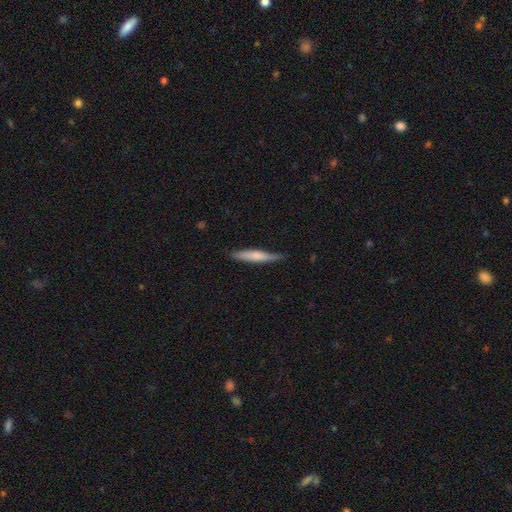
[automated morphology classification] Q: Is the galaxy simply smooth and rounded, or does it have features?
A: smooth — 62%.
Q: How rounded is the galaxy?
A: cigar-shaped — 91%.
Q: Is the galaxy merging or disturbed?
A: none — 80%.